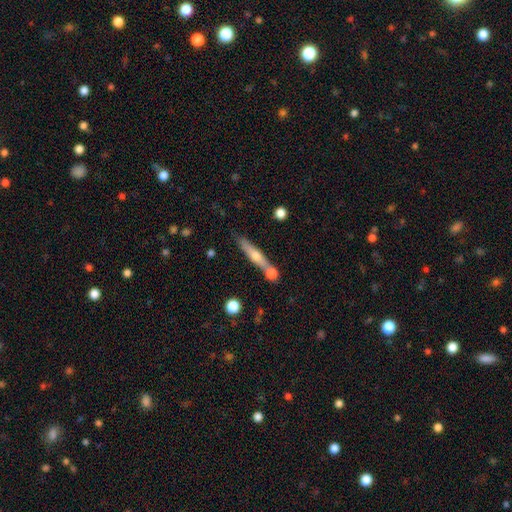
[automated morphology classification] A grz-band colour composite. It shows a featured or disk galaxy (51%) viewed edge-on (92%). Merging: none (69%).